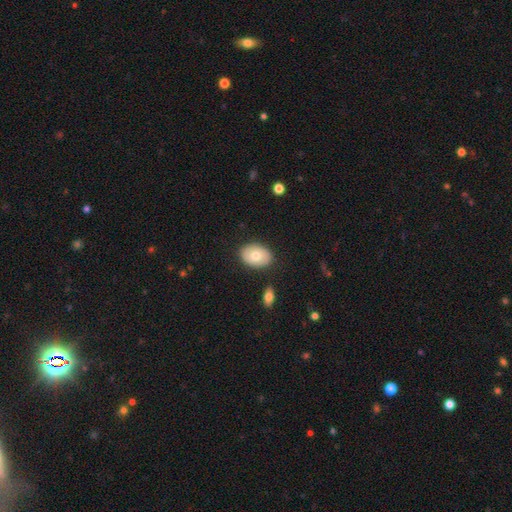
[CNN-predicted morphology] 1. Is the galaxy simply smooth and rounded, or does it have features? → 74% smooth, 20% featured or disk, 6% star or artifact.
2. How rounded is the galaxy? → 82% in between, 16% round, 1% cigar-shaped.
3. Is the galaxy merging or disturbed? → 85% none, 10% minor disturbance, 3% merger, 2% major disturbance.